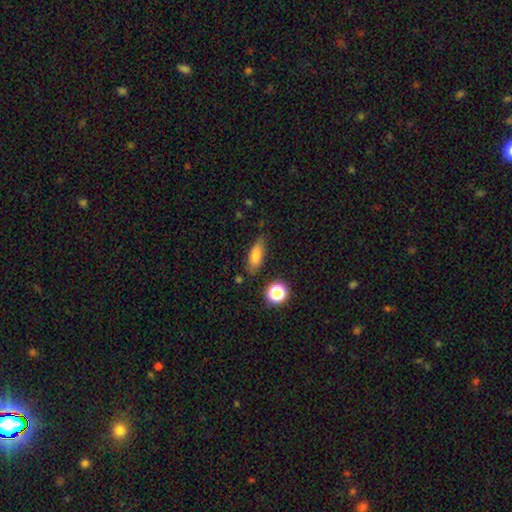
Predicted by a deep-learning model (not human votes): Q: Smooth or featured?
A: smooth (78%); runner-up: featured or disk (12%)
Q: How rounded?
A: in between (72%); runner-up: cigar-shaped (23%)
Q: Merging?
A: none (73%); runner-up: minor disturbance (19%)